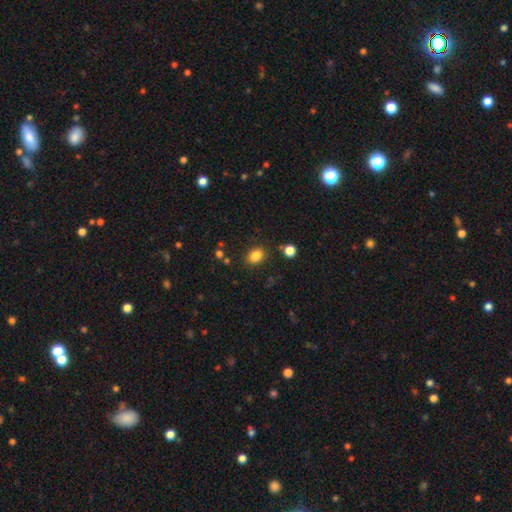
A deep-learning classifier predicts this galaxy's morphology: This is clearly a smooth galaxy (84%). How rounded: likely in between (60%). Merging: clearly none (83%).